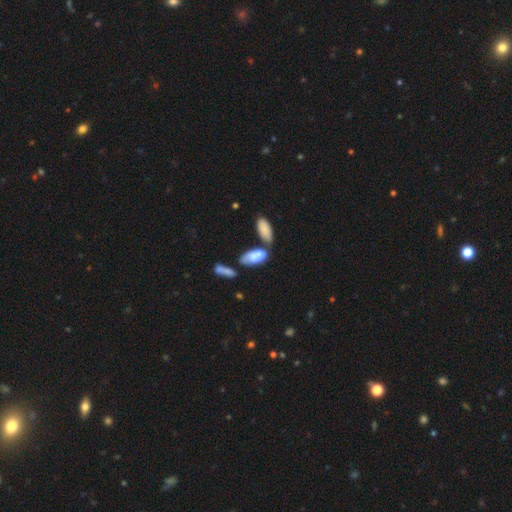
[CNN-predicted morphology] Q: Smooth or featured?
A: smooth (75%); runner-up: featured or disk (18%)
Q: How rounded?
A: in between (87%); runner-up: cigar-shaped (11%)
Q: Merging?
A: none (39%); runner-up: merger (38%)